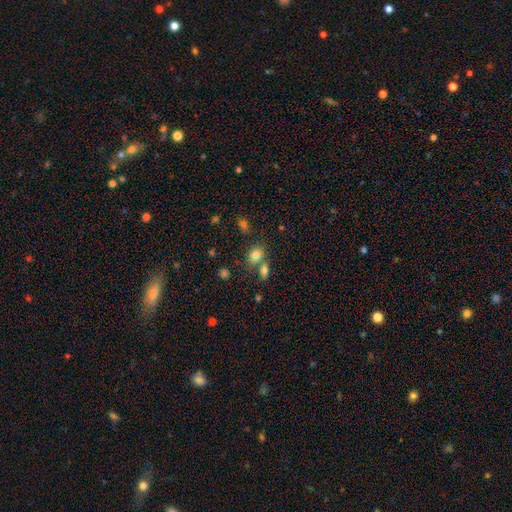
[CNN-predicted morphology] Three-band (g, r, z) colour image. It shows a smooth galaxy with no disk features (77%) that is in between round and cigar-shaped (67%). Merging: none (47%).